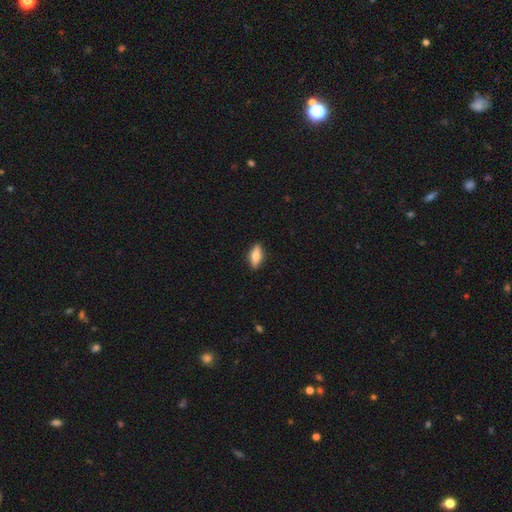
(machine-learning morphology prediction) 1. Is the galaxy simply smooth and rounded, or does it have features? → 67% smooth, 27% featured or disk, 7% star or artifact.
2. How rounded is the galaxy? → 71% in between, 26% cigar-shaped, 4% round.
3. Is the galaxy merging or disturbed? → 88% none, 9% minor disturbance, 2% major disturbance, 1% merger.